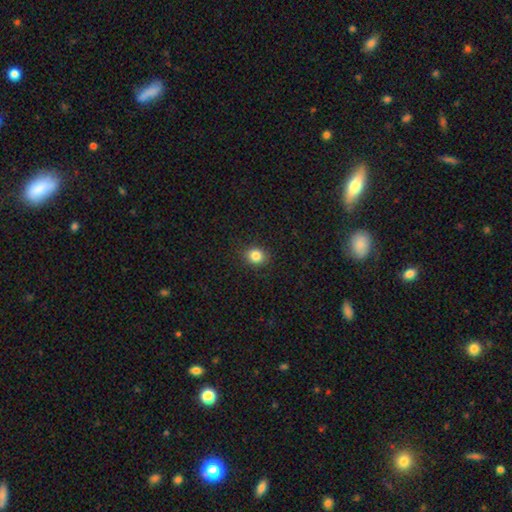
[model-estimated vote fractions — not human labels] A smooth galaxy with no disk features (84%) that is round (70%). Merging: none (89%).